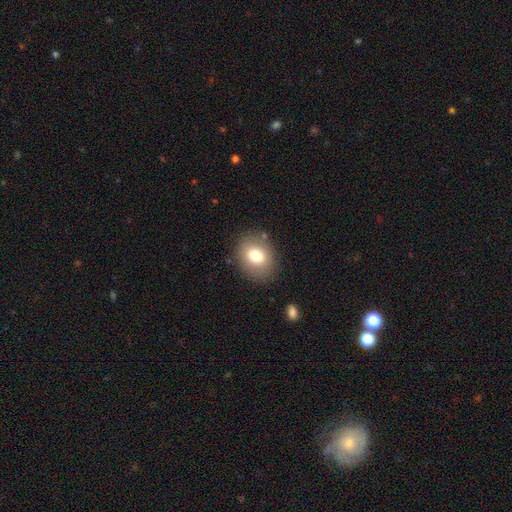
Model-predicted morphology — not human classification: The model was most divided on "how rounded": round: 50%, in between: 49%, cigar-shaped: 1%. More confident: merging — none (83%); smooth or featured — smooth (76%).